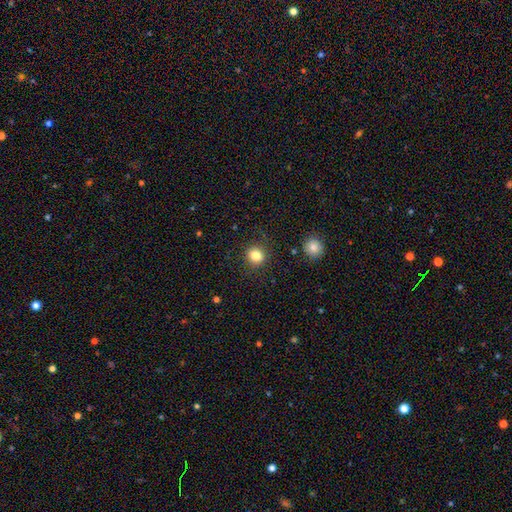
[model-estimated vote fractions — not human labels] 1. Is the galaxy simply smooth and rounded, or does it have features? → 83% smooth, 11% star or artifact, 6% featured or disk.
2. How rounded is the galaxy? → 82% round, 18% in between, 1% cigar-shaped.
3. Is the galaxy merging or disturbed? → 87% none, 8% minor disturbance, 3% major disturbance, 2% merger.